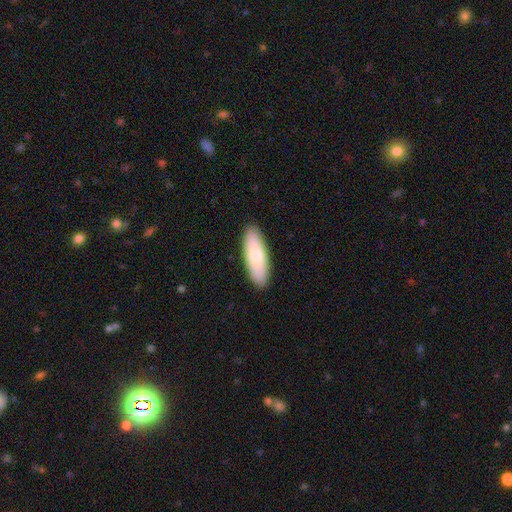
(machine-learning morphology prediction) Smooth or featured? Predicted: smooth (p=0.78). How rounded? Predicted: in between (p=0.61). Merging? Predicted: none (p=0.90).